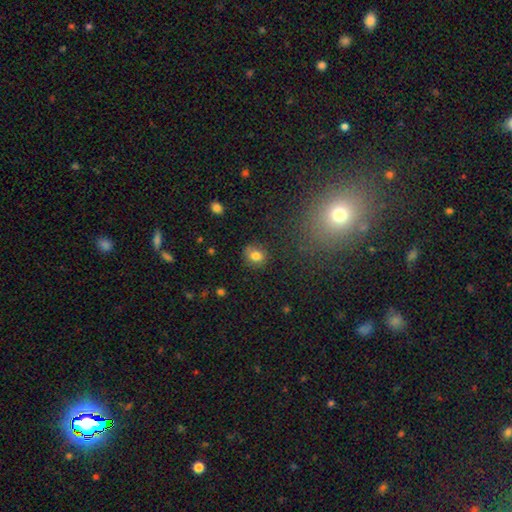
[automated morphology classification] This appears to be a smooth galaxy with no disk features (79%) that is round (68%). Merging: none (81%).